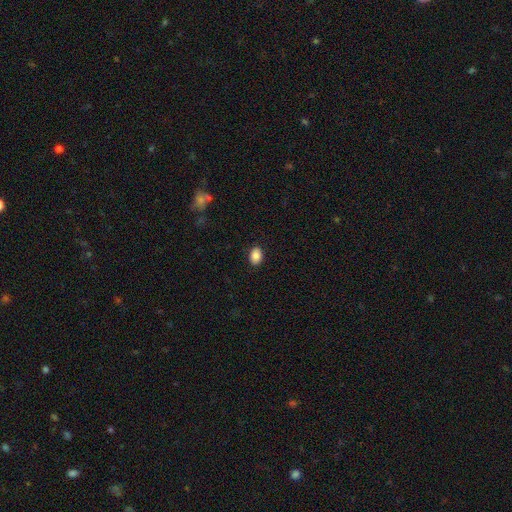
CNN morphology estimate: A smooth galaxy with no disk features (87%) that is in between round and cigar-shaped (77%). Merging: none (88%).